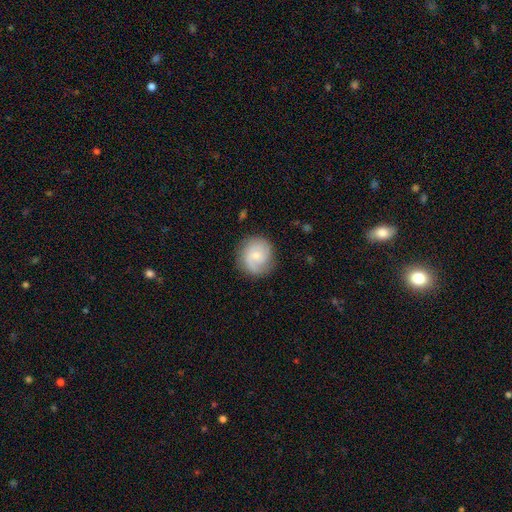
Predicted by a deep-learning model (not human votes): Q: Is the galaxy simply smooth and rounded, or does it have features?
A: featured or disk — 61%.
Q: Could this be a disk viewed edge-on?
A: no — 98%.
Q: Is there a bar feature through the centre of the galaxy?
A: no — 66%.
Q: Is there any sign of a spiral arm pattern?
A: yes — 92%.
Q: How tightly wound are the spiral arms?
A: medium — 43%.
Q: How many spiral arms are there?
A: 2 — 54%.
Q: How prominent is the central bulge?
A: small — 65%.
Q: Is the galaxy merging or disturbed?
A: none — 80%.